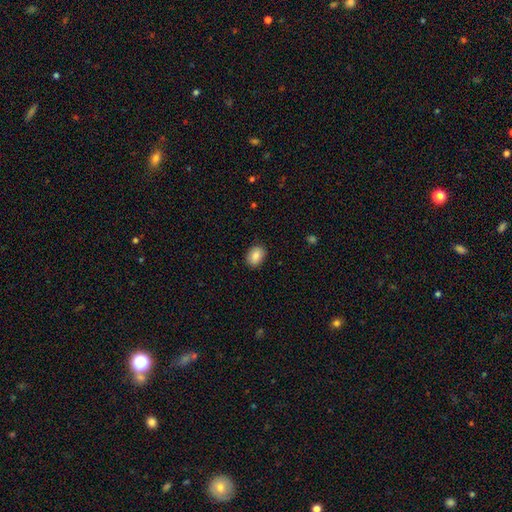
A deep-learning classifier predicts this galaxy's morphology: This appears to be a smooth galaxy with no disk features (85%) that is in between round and cigar-shaped (73%). Merging: none (89%).